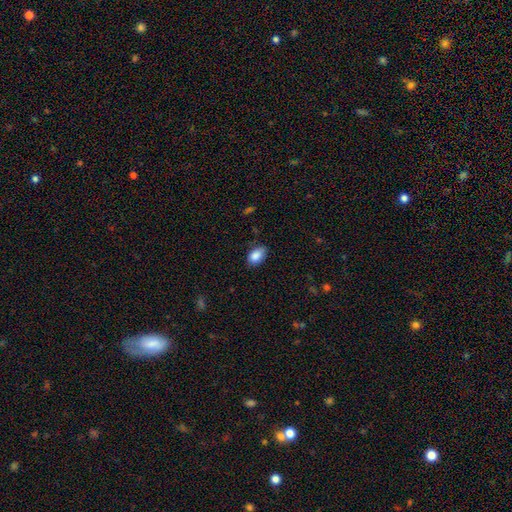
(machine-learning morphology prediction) Overall: smooth (87%). How rounded: in between (89%). Merging: none (78%).